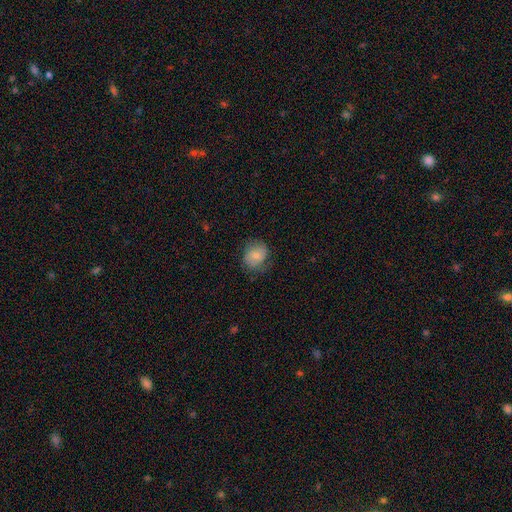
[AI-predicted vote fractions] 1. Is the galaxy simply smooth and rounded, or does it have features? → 74% smooth, 18% featured or disk, 7% star or artifact.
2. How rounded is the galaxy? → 63% round, 36% in between, 1% cigar-shaped.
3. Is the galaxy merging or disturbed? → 69% none, 22% minor disturbance, 8% major disturbance, 1% merger.